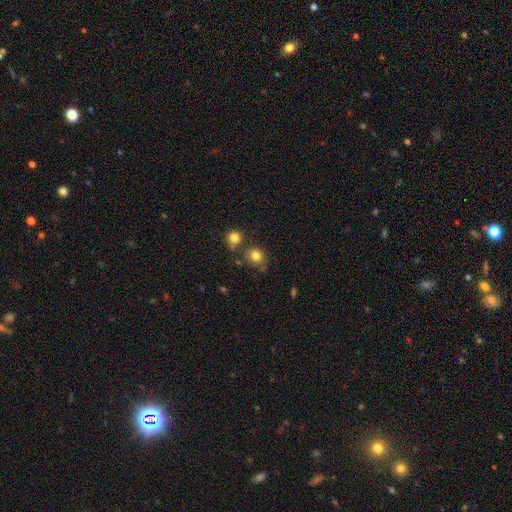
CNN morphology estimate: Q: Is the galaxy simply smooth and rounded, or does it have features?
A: smooth — 80%.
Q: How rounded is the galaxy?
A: round — 69%.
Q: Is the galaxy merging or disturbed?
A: none — 64%.